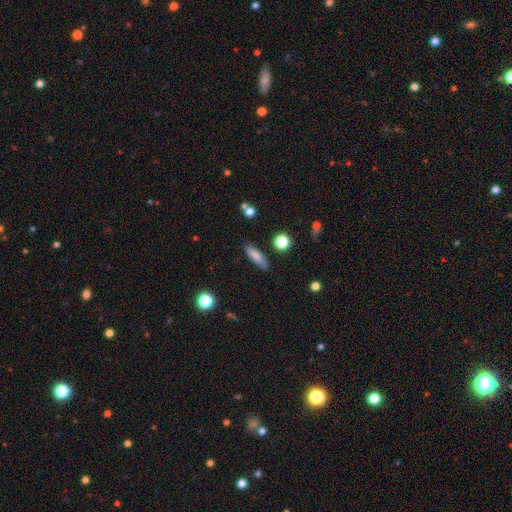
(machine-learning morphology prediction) smooth-or-featured: smooth: 78% | featured or disk: 13% | star or artifact: 8%
  how-rounded: cigar-shaped: 56% | in between: 41% | round: 3%
  merging: none: 81% | minor disturbance: 13% | major disturbance: 3% | merger: 2%